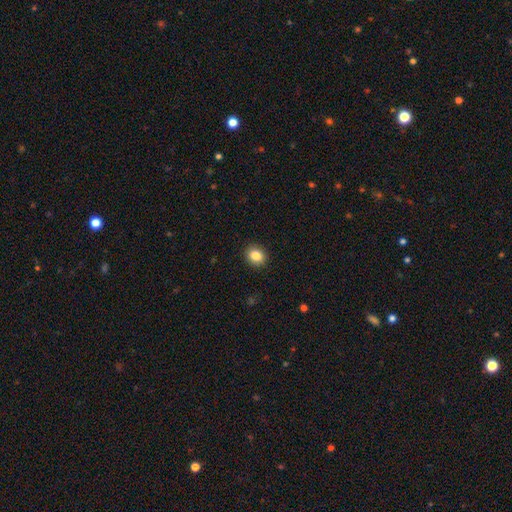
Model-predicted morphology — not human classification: Smooth or featured? smooth (85%)
How rounded? round (62%)
Merging? none (91%)